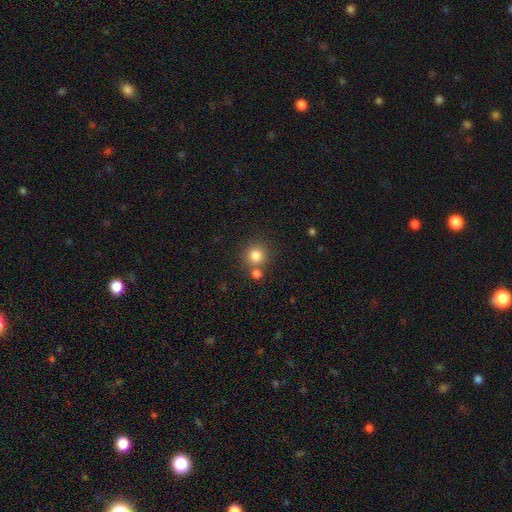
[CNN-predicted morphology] smooth_or_featured: smooth (p=0.82) [alt: star or artifact p=0.12]
how_rounded: round (p=0.92) [alt: in between p=0.07]
merging: none (p=0.69) [alt: merger p=0.21]